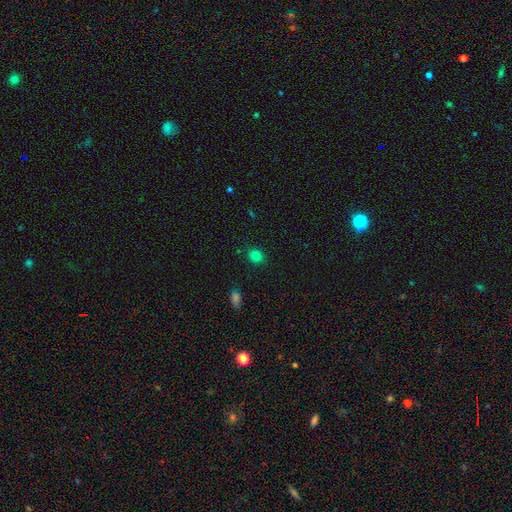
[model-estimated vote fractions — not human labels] Smooth or featured?
  - smooth: 80% *
  - star or artifact: 15%
  - featured or disk: 5%
How rounded?
  - round: 66% *
  - in between: 33%
  - cigar-shaped: 1%
Merging?
  - none: 86% *
  - minor disturbance: 9%
  - major disturbance: 2%
  - merger: 2%